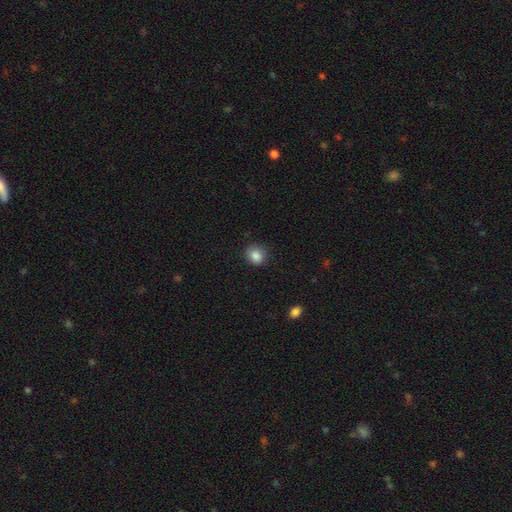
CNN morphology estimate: This is clearly a smooth galaxy (86%). How rounded: likely round (75%). Merging: clearly none (82%).